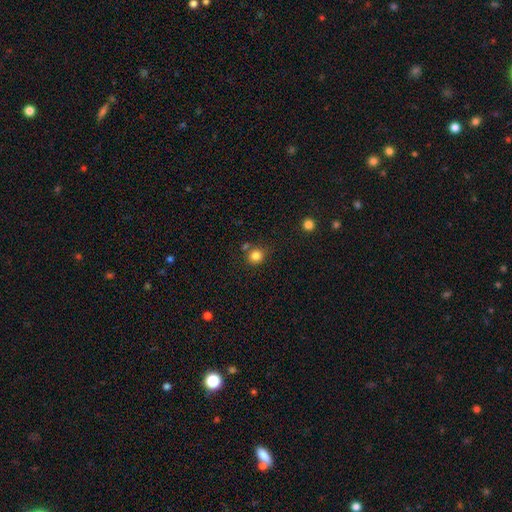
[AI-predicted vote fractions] This is clearly a smooth galaxy (83%). How rounded: clearly round (85%). Merging: likely none (73%).